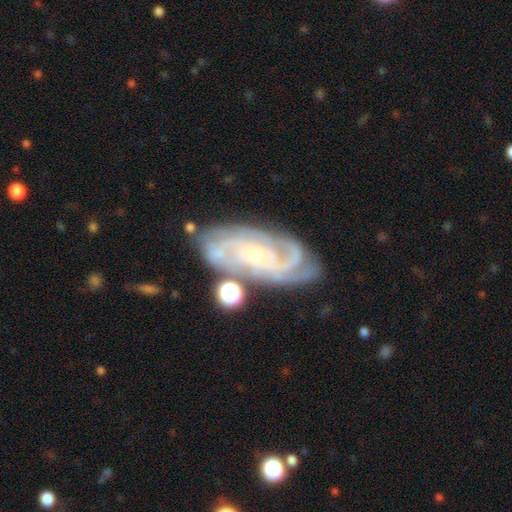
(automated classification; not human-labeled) A featured or disk galaxy (88%) with no bar (68%), 3 (29%) tight (66%) spiral arms (98%) and a small central bulge (76%). Merging: none (70%).